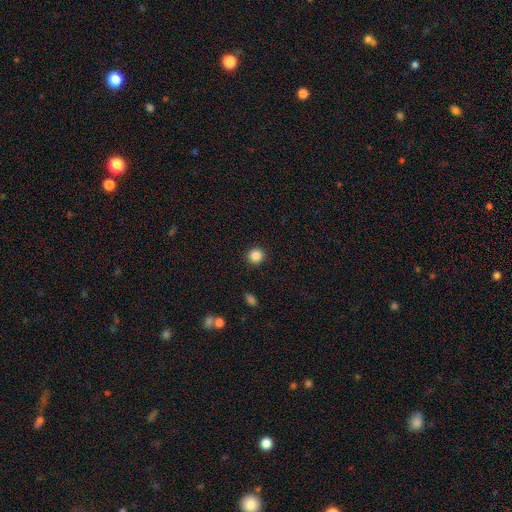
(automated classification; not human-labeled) Smooth or featured? smooth (86%)
How rounded? round (92%)
Merging? none (92%)